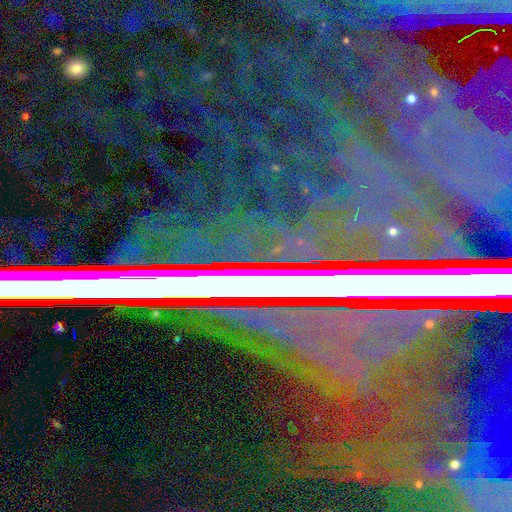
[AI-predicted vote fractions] This is likely a star or artifact rather than a galaxy (69%).